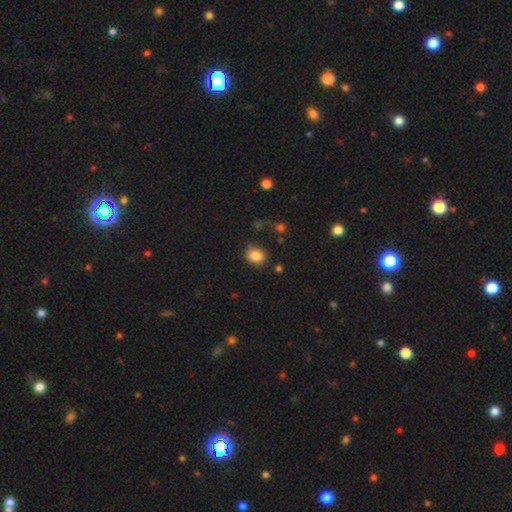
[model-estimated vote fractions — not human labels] Overall: smooth (85%). How rounded: round (57%; in between 42%). Merging: none (75%).